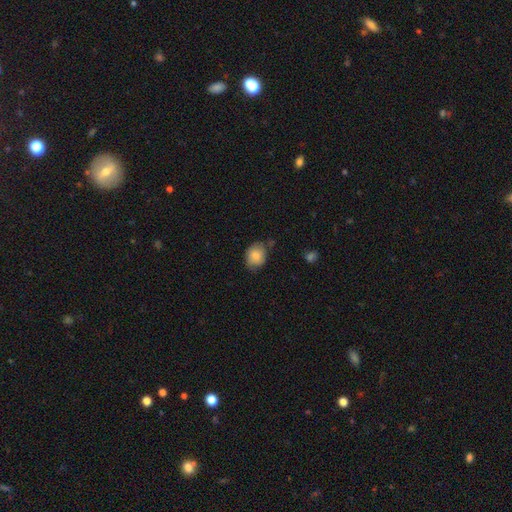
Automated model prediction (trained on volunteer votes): Smooth or featured: smooth — 82% (featured or disk — 10%)
How rounded: in between — 54% (round — 45%)
Merging: none — 69% (minor disturbance — 23%)